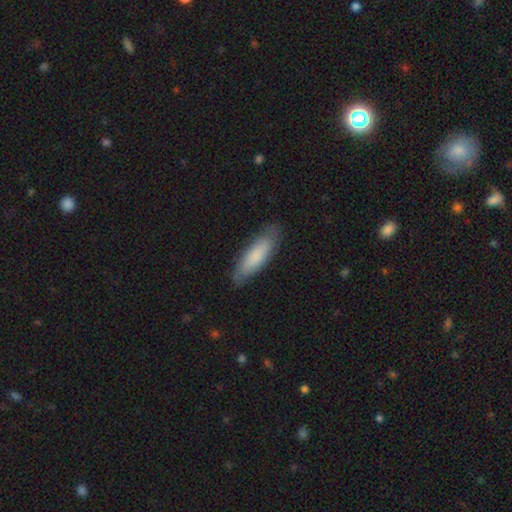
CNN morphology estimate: The model was most divided on "how rounded": cigar-shaped: 55%, in between: 43%, round: 1%. More confident: merging — none (81%); smooth or featured — smooth (75%).